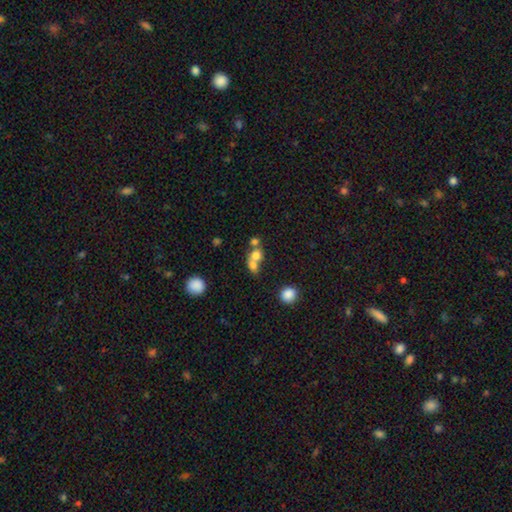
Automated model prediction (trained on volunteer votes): Smooth or featured? smooth (71%)
How rounded? round (71%)
Merging? merger (64%)